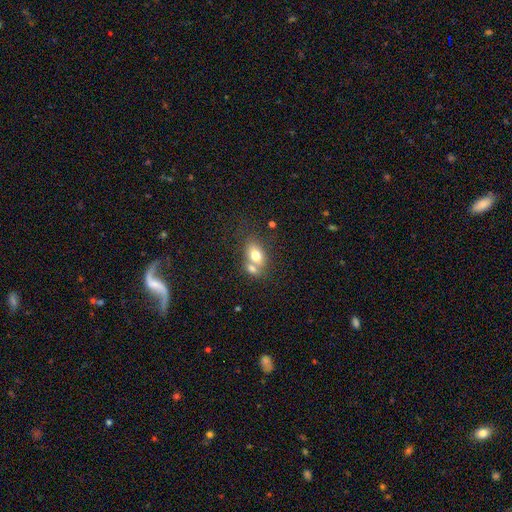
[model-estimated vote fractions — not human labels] smooth_or_featured: smooth (p=0.74) [alt: featured or disk p=0.18]
how_rounded: in between (p=0.81) [alt: round p=0.17]
merging: merger (p=0.51) [alt: none p=0.35]